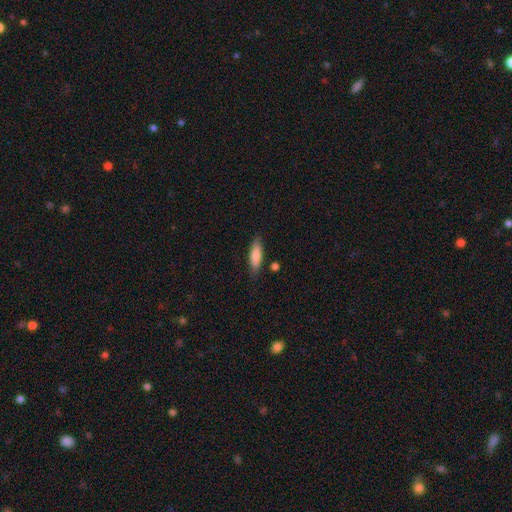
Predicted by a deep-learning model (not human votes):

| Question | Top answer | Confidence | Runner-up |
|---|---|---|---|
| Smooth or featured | smooth | 81% | featured or disk (14%) |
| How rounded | cigar-shaped | 53% | in between (45%) |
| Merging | none | 82% | minor disturbance (12%) |